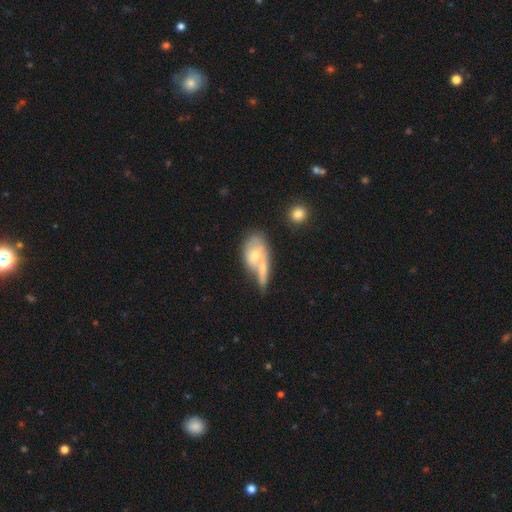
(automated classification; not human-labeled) smooth_or_featured: smooth (p=0.53) [alt: featured or disk p=0.40]
how_rounded: in between (p=0.79) [alt: round p=0.14]
merging: merger (p=0.53) [alt: none p=0.25]